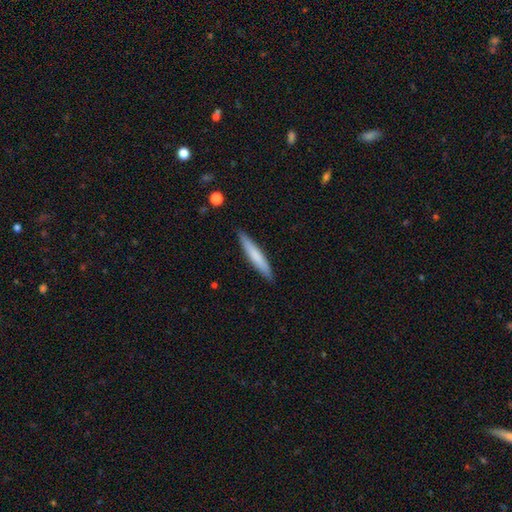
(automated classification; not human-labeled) The model was most divided on "smooth or featured": smooth: 70%, featured or disk: 24%, star or artifact: 5%. More confident: how rounded — cigar-shaped (93%); merging — none (90%).